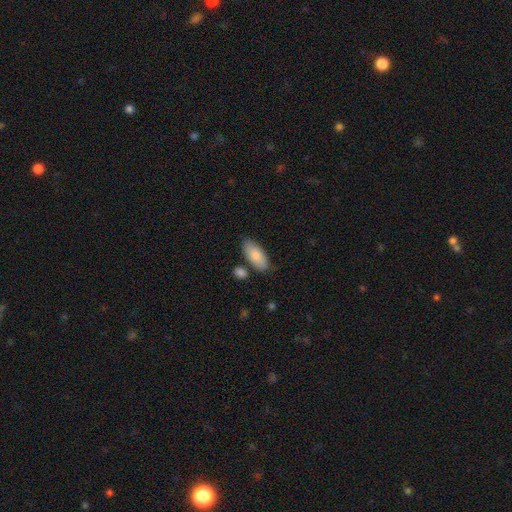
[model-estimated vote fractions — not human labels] A smooth galaxy with no disk features (85%) that is in between round and cigar-shaped (89%). Merging: none (77%).